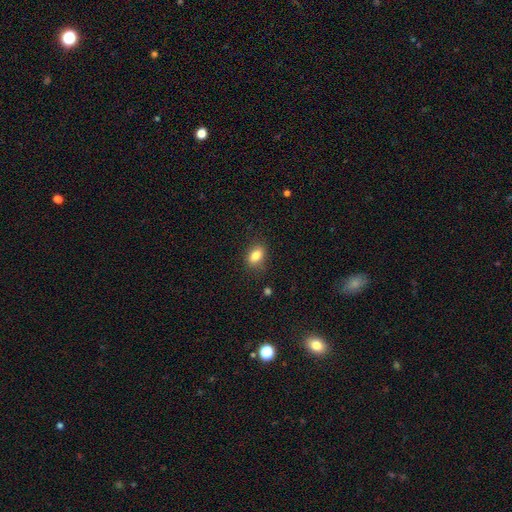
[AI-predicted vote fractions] smooth 83%, star or artifact 9%, featured or disk 8%. Down the decision tree: how rounded — in between (81%); merging — none (82%).